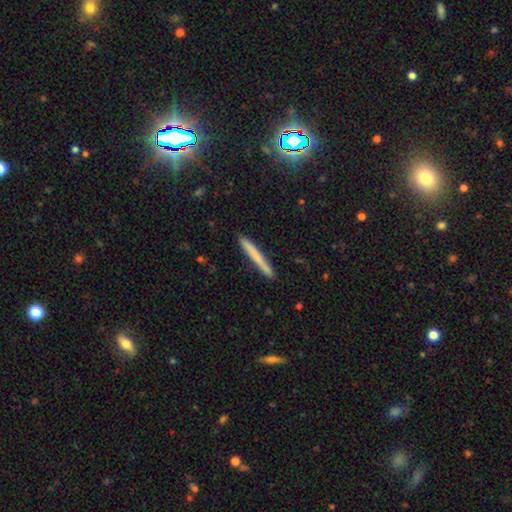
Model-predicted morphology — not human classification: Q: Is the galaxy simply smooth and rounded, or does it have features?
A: smooth — 67%.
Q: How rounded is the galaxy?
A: cigar-shaped — 97%.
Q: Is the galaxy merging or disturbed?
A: none — 89%.